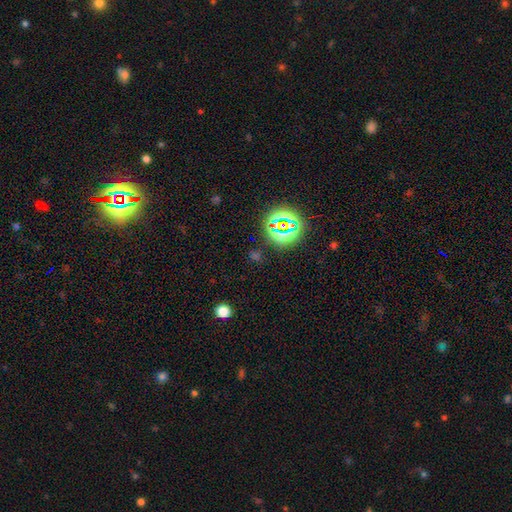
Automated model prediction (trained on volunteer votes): This appears to be a star or artifact, not a galaxy (65%).